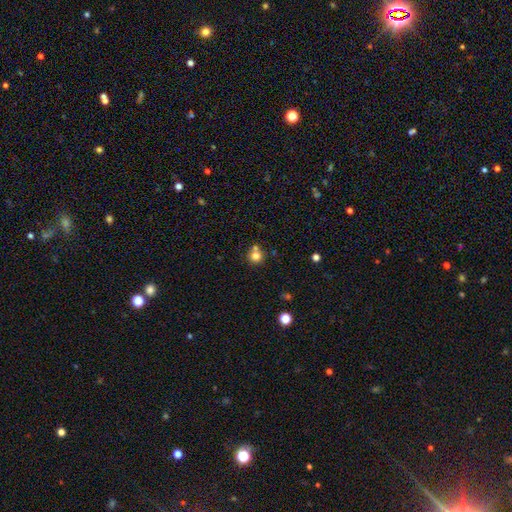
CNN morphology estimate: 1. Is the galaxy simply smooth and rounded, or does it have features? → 78% smooth, 13% star or artifact, 9% featured or disk.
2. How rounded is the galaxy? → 91% round, 8% in between, 1% cigar-shaped.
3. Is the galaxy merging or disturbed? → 61% none, 27% merger, 9% minor disturbance, 3% major disturbance.